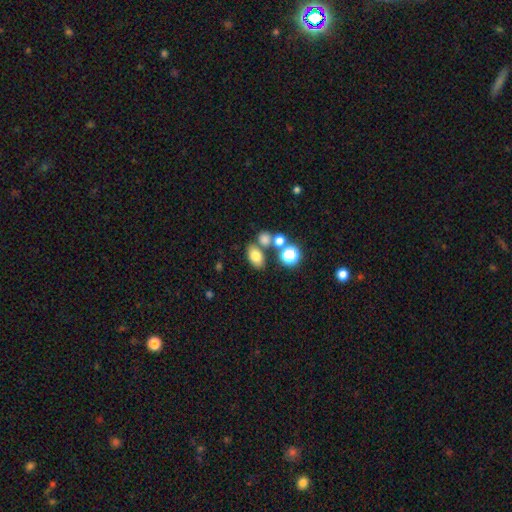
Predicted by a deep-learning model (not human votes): Smooth or featured? Predicted: smooth (p=0.76). How rounded? Predicted: in between (p=0.80). Merging? Predicted: none (p=0.65).